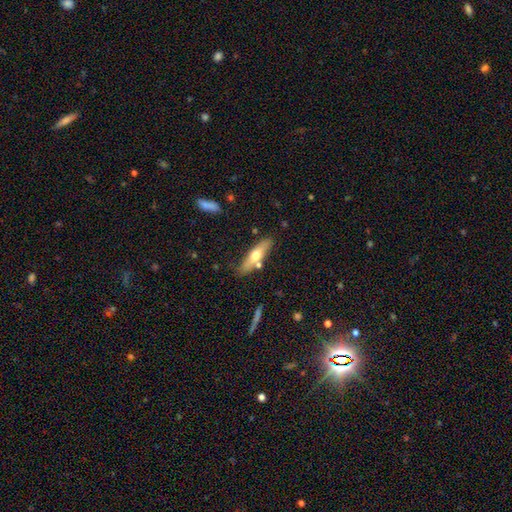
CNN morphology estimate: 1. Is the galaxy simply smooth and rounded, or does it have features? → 54% smooth, 40% featured or disk, 6% star or artifact.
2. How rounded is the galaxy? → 63% cigar-shaped, 35% in between, 2% round.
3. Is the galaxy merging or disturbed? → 77% none, 13% minor disturbance, 8% merger, 3% major disturbance.